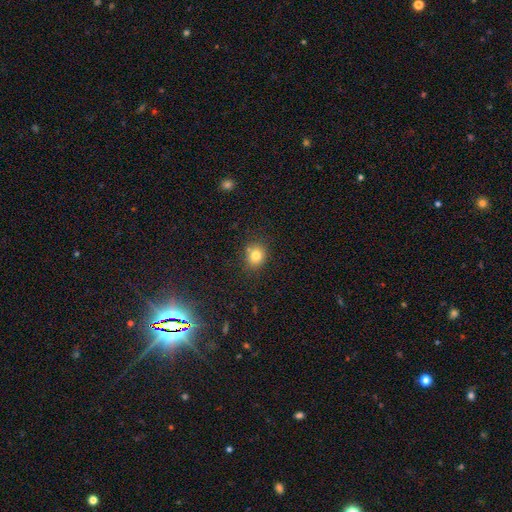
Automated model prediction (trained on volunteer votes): Q: Smooth or featured?
A: smooth (79%); runner-up: star or artifact (13%)
Q: How rounded?
A: round (73%); runner-up: in between (27%)
Q: Merging?
A: none (79%); runner-up: minor disturbance (12%)